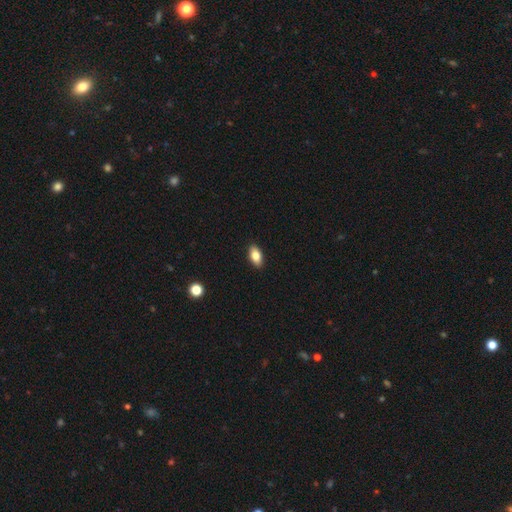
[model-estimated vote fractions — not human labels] This is clearly a smooth galaxy (82%). How rounded: clearly in between (91%). Merging: clearly none (90%).